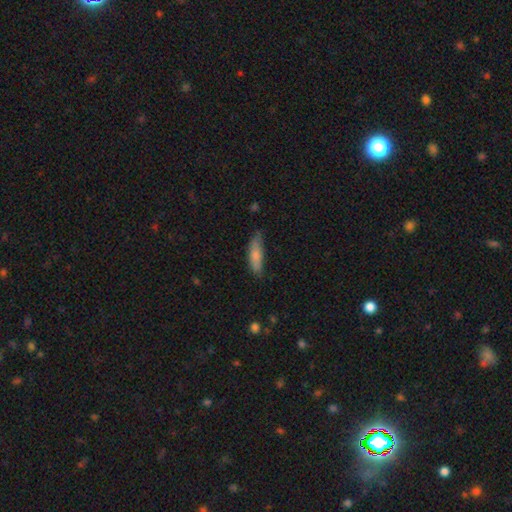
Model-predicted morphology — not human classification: A smooth galaxy with no disk features (78%) that is cigar-shaped (53%).

Vote fractions:
- Smooth or featured? smooth: 78% / featured or disk: 16% / star or artifact: 6%
- How rounded? cigar-shaped: 53% / in between: 46% / round: 2%
- Merging? none: 63% / minor disturbance: 29% / major disturbance: 6% / merger: 2%